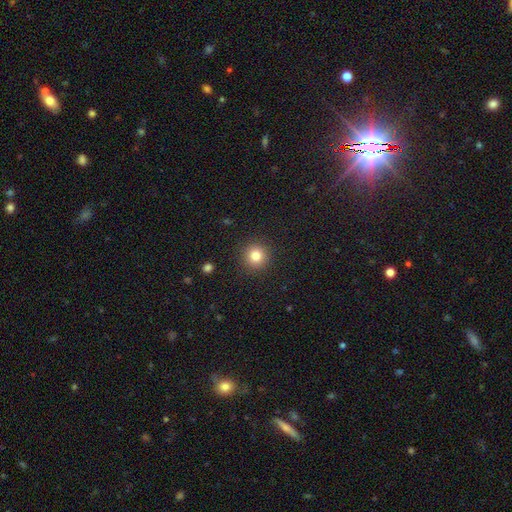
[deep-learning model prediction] Smooth or featured: smooth — 82% (star or artifact — 12%)
How rounded: round — 94% (in between — 5%)
Merging: none — 91% (minor disturbance — 6%)